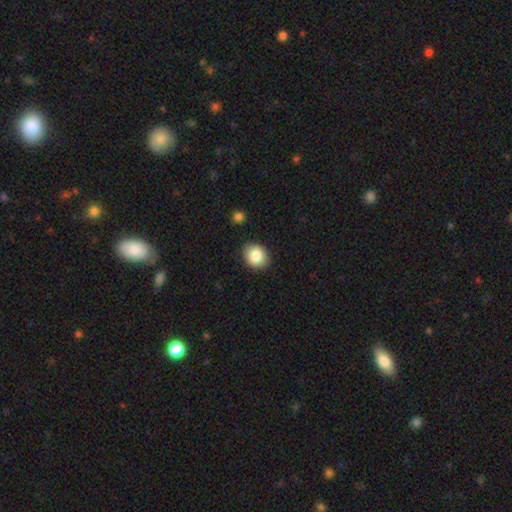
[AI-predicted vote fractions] The model was most divided on "how rounded": round: 52%, in between: 47%, cigar-shaped: 1%. More confident: merging — none (87%); smooth or featured — smooth (85%).